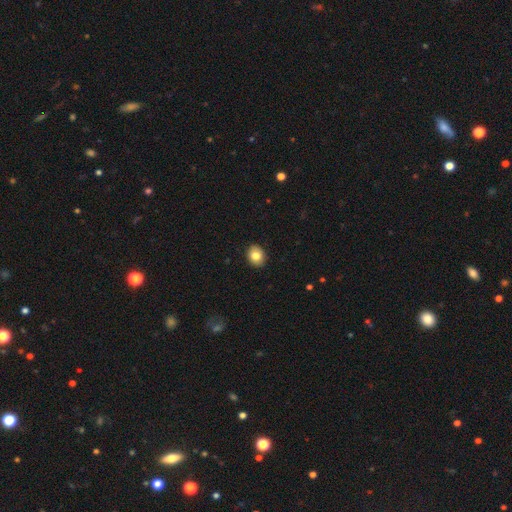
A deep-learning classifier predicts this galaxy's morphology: This appears to be a smooth galaxy with no disk features (82%) that is in between round and cigar-shaped (50%). Merging: none (90%).